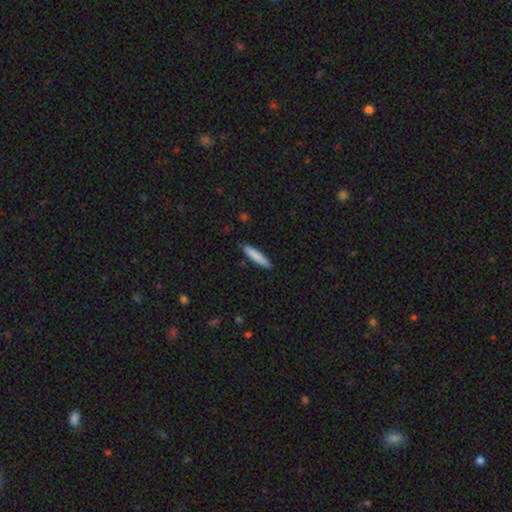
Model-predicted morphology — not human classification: A smooth galaxy with no disk features (82%) that is cigar-shaped (90%).

Vote fractions:
- Smooth or featured? smooth: 82% / featured or disk: 12% / star or artifact: 6%
- How rounded? cigar-shaped: 90% / in between: 9% / round: 1%
- Merging? none: 87% / minor disturbance: 10% / major disturbance: 2% / merger: 1%